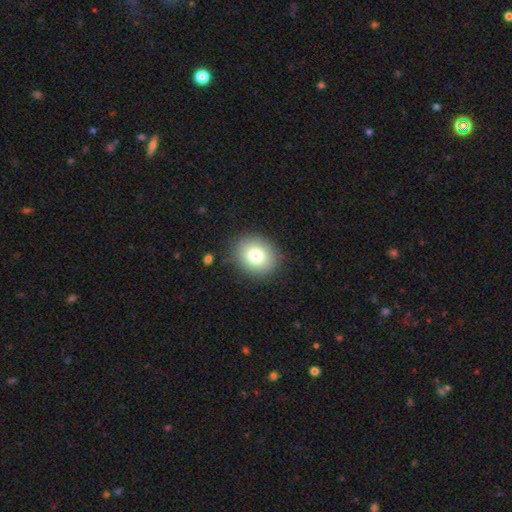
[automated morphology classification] Overall: smooth (79%). How rounded: round (61%; in between 38%). Merging: none (86%).